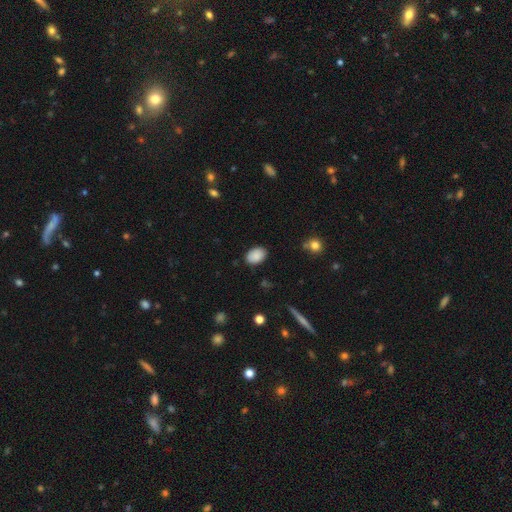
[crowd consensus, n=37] Q: Smooth or featured?
A: smooth (92%); runner-up: featured or disk (5%)
Q: How rounded?
A: in between (82%); runner-up: round (18%)
Q: Merging?
A: none (92%); runner-up: minor disturbance (6%)